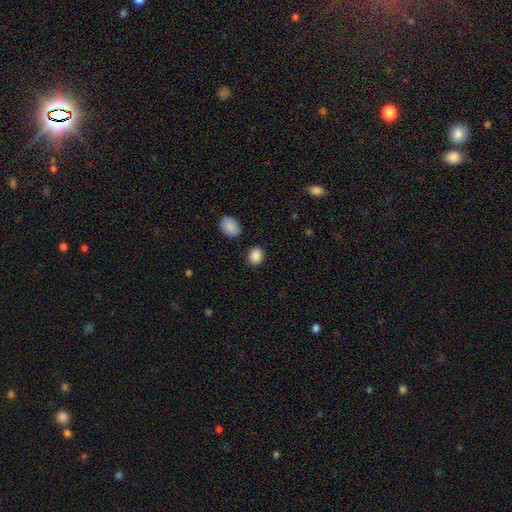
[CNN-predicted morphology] The model was most divided on "how rounded": round: 58%, in between: 41%, cigar-shaped: 1%. More confident: smooth or featured — smooth (88%); merging — none (85%).